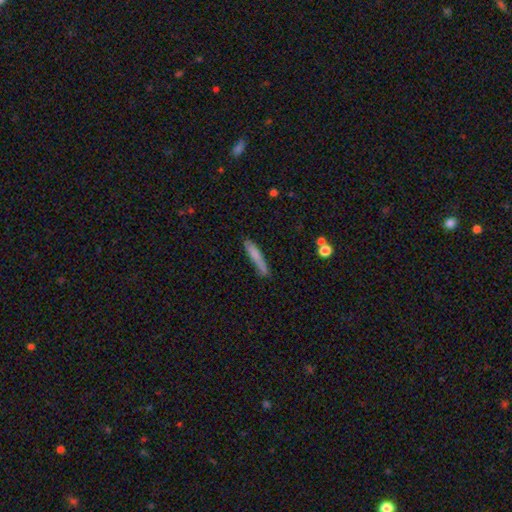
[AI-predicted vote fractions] Morphology: type=smooth (75%); roundness=cigar-shaped (92%); merging=none (75%).